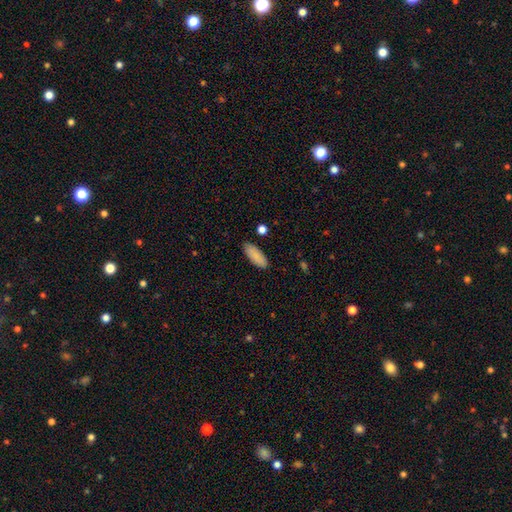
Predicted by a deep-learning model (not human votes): This appears to be a smooth galaxy with no disk features (88%) that is in between round and cigar-shaped (75%). Merging: none (86%).